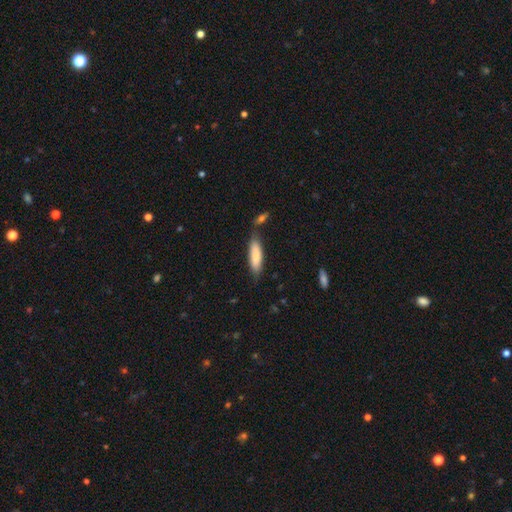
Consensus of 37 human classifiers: smooth-or-featured: smooth: 84% | featured or disk: 14% | star or artifact: 3%
  how-rounded: cigar-shaped: 77% | in between: 19% | round: 3%
  merging: none: 64% | minor disturbance: 17% | merger: 14% | major disturbance: 6%